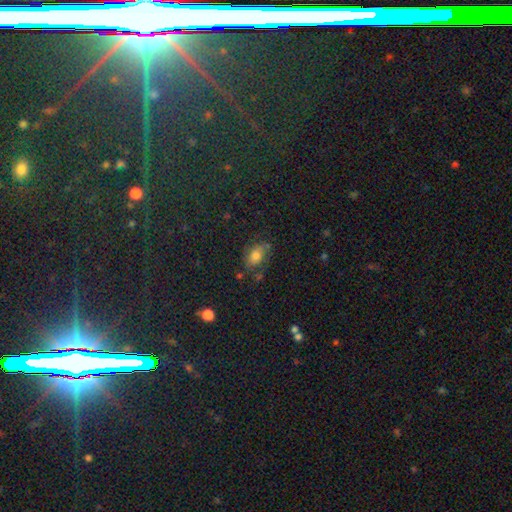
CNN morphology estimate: This is likely a smooth galaxy (71%). How rounded: clearly in between (83%). Merging: likely none (65%).